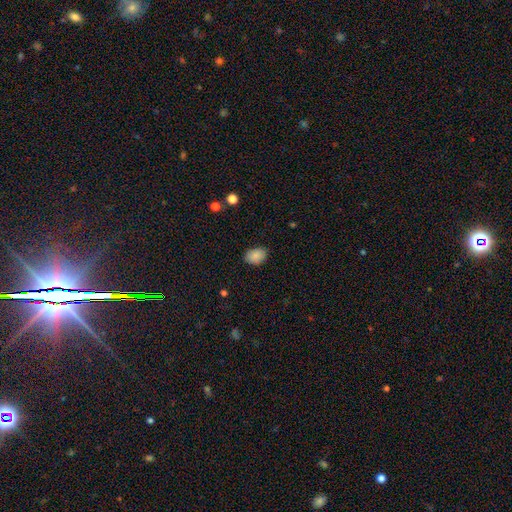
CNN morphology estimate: type=smooth (87%); roundness=in between (76%); merging=none (85%).